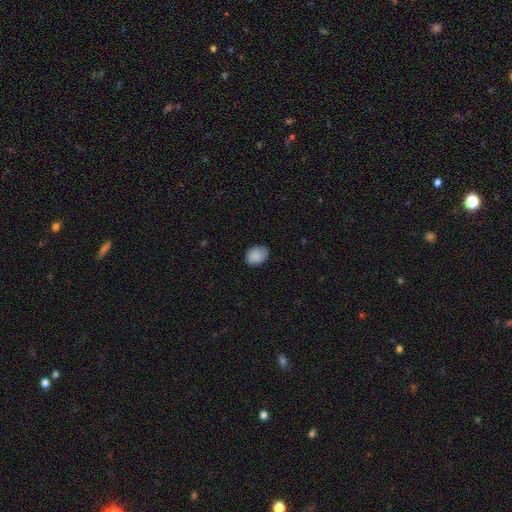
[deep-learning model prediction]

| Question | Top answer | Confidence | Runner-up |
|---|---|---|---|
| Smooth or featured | smooth | 88% | star or artifact (7%) |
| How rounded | in between | 69% | round (30%) |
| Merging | none | 79% | minor disturbance (17%) |